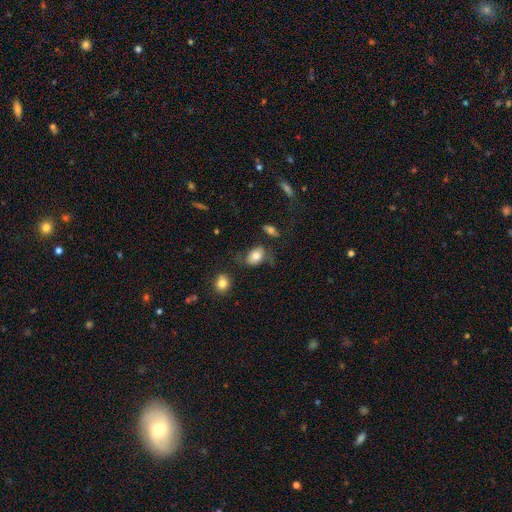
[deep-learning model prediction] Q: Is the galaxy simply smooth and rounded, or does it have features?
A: smooth — 75%.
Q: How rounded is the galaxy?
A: in between — 81%.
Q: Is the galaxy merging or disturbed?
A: none — 57%.